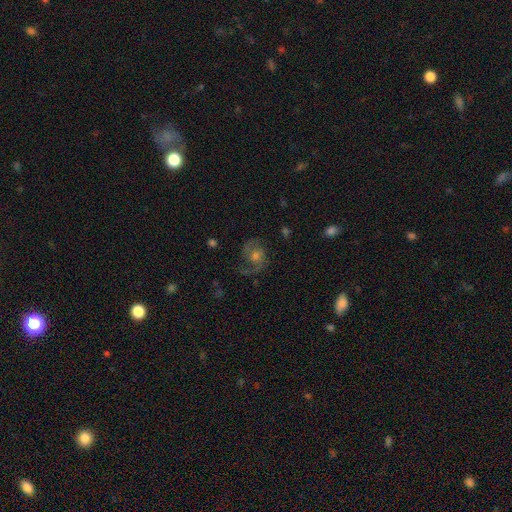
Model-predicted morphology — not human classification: This appears to be a featured or disk galaxy (78%) with no bar (66%), 2 (75%) medium (53%) spiral arms (94%) and a moderate central bulge (56%). Merging: none (69%).